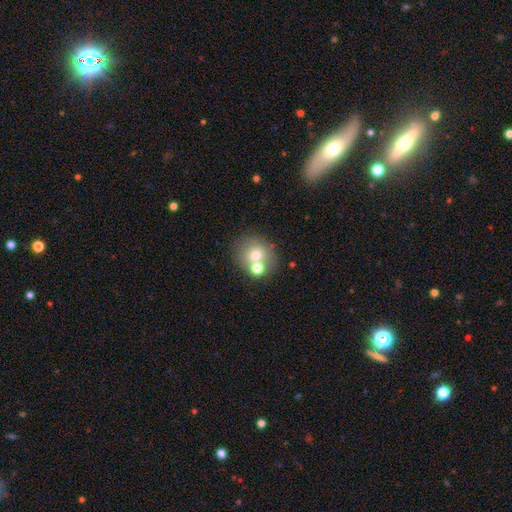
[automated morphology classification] Smooth or featured: smooth — 68% (featured or disk — 19%)
How rounded: round — 83% (in between — 16%)
Merging: none — 57% (merger — 31%)